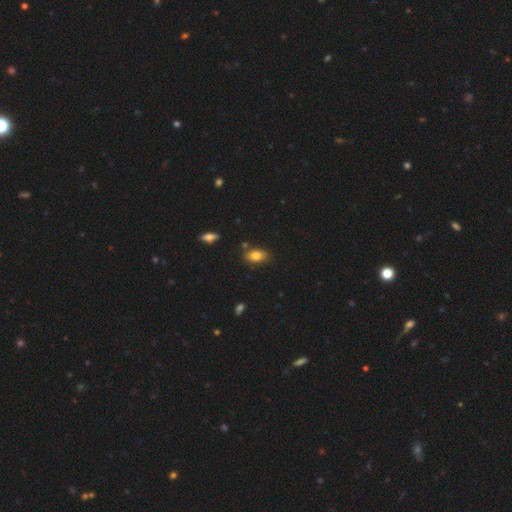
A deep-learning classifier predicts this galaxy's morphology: The model was most divided on "merging": none: 78%, minor disturbance: 14%, merger: 5%, major disturbance: 3%. More confident: how rounded — in between (88%); smooth or featured — smooth (83%).